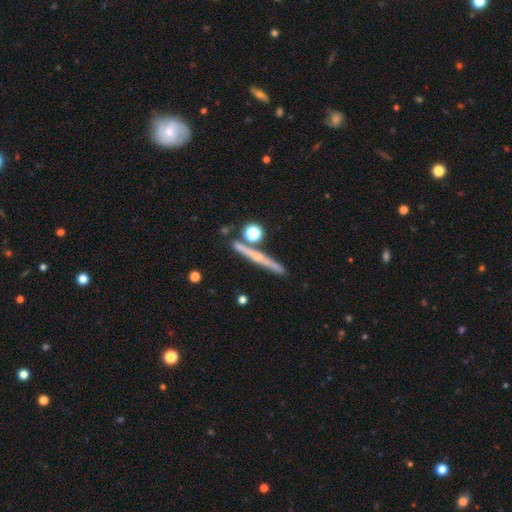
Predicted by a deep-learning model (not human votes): smooth_or_featured: featured or disk (p=0.59) [alt: smooth p=0.31]
disk_edge_on: yes (p=0.95) [alt: no p=0.05]
edge_on_bulge: rounded (p=0.51) [alt: none p=0.42]
merging: none (p=0.81) [alt: minor disturbance p=0.09]